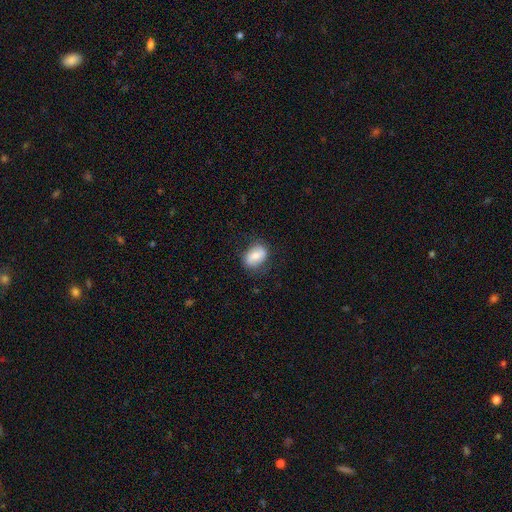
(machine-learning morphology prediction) Smooth or featured? Predicted: smooth (p=0.70). How rounded? Predicted: in between (p=0.79). Merging? Predicted: none (p=0.75).